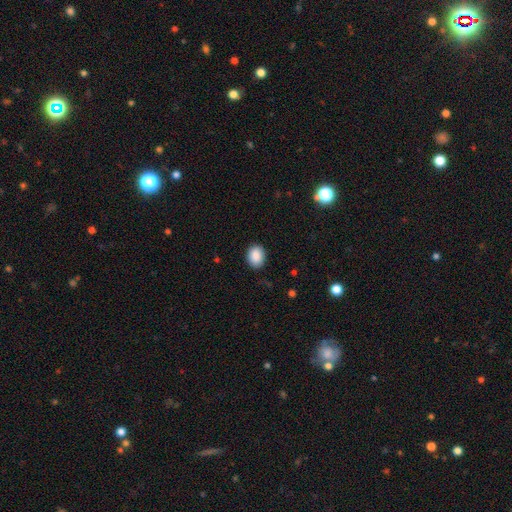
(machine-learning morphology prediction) Q: Smooth or featured?
A: smooth (89%); runner-up: star or artifact (7%)
Q: How rounded?
A: in between (65%); runner-up: round (35%)
Q: Merging?
A: none (87%); runner-up: minor disturbance (10%)